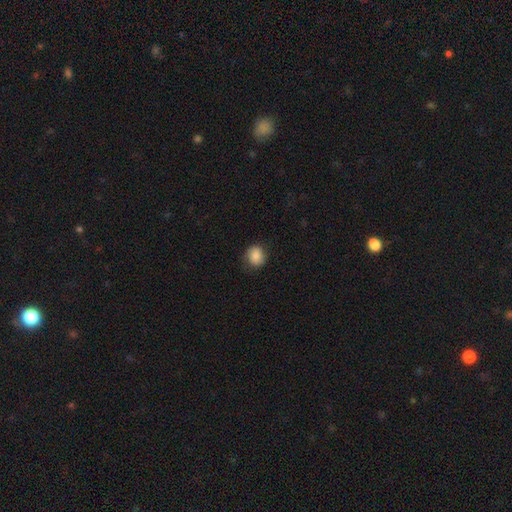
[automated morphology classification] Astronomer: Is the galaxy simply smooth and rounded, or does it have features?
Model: smooth — 82%.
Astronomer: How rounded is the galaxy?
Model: round — 76%.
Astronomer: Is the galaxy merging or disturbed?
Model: none — 77%.